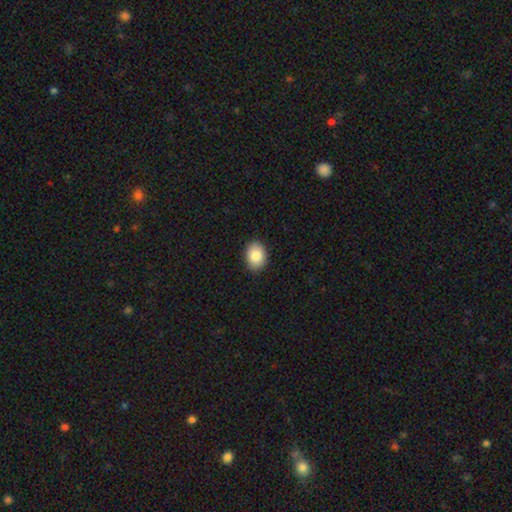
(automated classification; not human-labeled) smooth_or_featured: smooth (p=0.86) [alt: star or artifact p=0.07]
how_rounded: in between (p=0.69) [alt: round p=0.30]
merging: none (p=0.90) [alt: minor disturbance p=0.08]